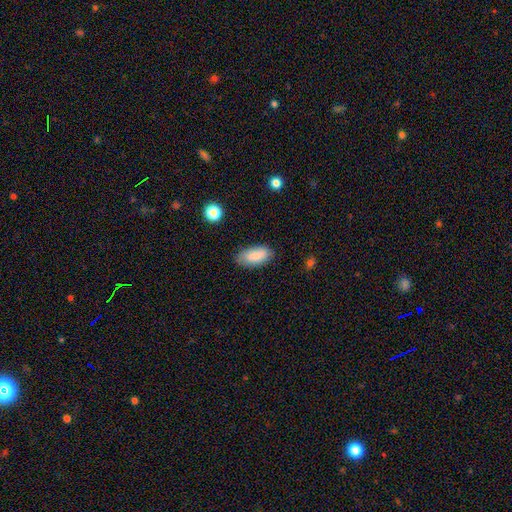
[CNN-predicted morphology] smooth_or_featured: smooth (p=0.83) [alt: featured or disk p=0.10]
how_rounded: in between (p=0.91) [alt: cigar-shaped p=0.07]
merging: none (p=0.80) [alt: minor disturbance p=0.15]